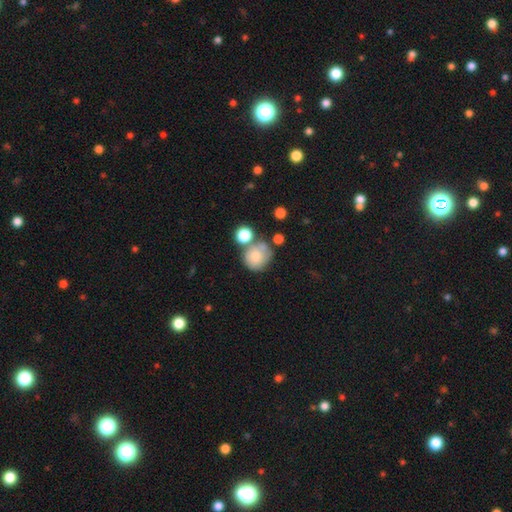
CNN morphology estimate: This is likely a smooth galaxy (71%). How rounded: clearly round (84%). Merging: possibly none (48%).